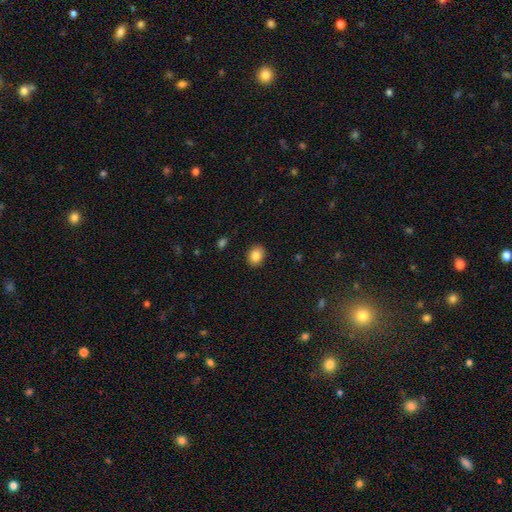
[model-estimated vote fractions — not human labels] Smooth or featured?
  - smooth: 85% *
  - star or artifact: 9%
  - featured or disk: 6%
How rounded?
  - in between: 50% *
  - round: 49%
  - cigar-shaped: 1%
Merging?
  - none: 88% *
  - minor disturbance: 9%
  - major disturbance: 2%
  - merger: 1%